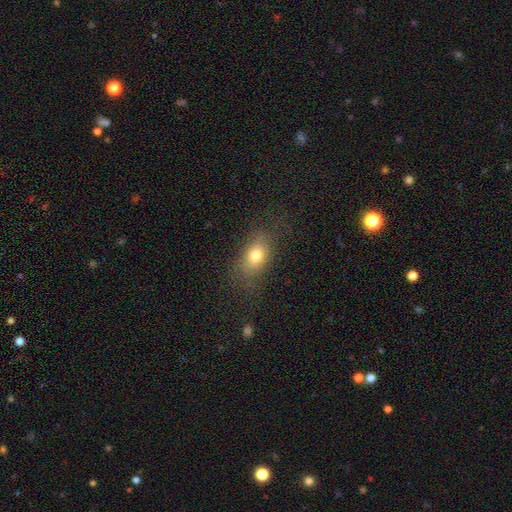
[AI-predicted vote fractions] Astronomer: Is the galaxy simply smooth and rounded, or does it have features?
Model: smooth — 75%.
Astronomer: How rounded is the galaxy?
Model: in between — 77%.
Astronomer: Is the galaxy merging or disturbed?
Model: none — 73%.